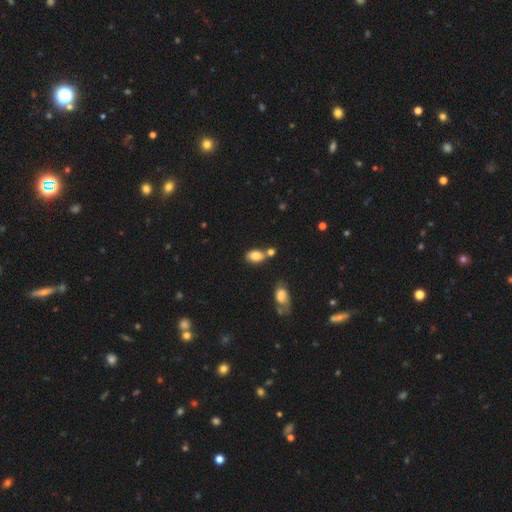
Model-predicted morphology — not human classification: Overall: smooth (83%). How rounded: in between (87%). Merging: none (55%; merger 24%).